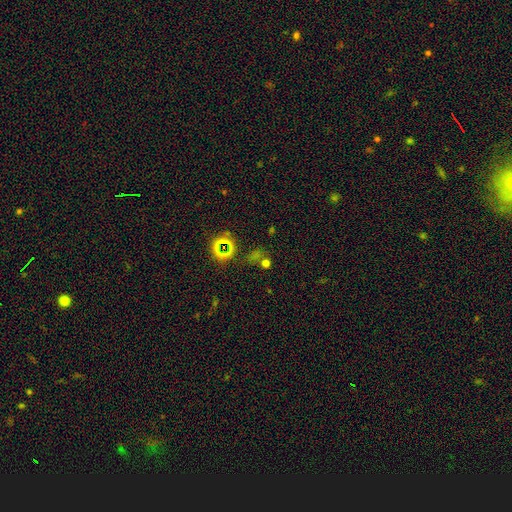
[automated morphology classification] type=star or artifact (58%).